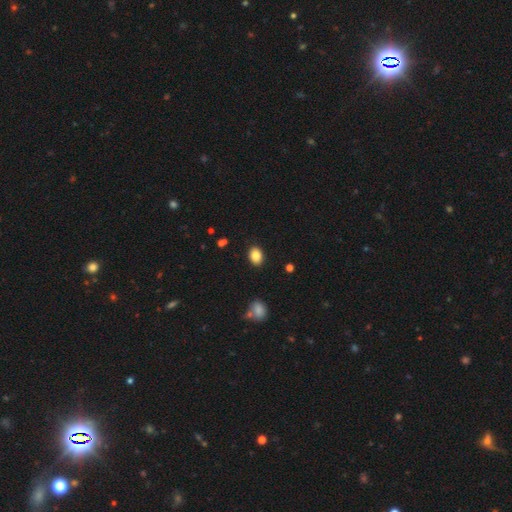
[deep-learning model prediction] This is clearly a smooth galaxy (86%). How rounded: likely in between (70%). Merging: clearly none (88%).